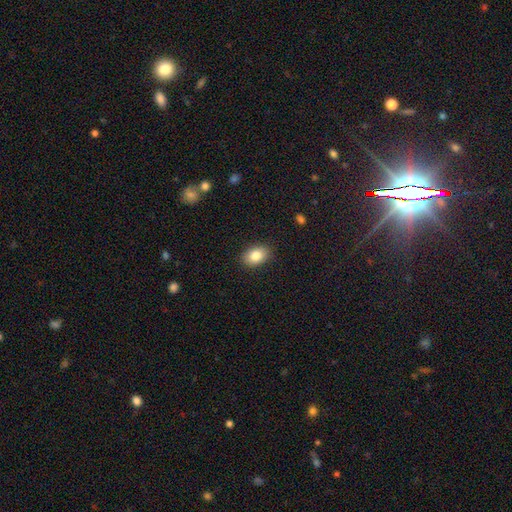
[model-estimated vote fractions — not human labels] smooth_or_featured: smooth (p=0.84) [alt: featured or disk p=0.08]
how_rounded: in between (p=0.81) [alt: round p=0.18]
merging: none (p=0.88) [alt: minor disturbance p=0.09]